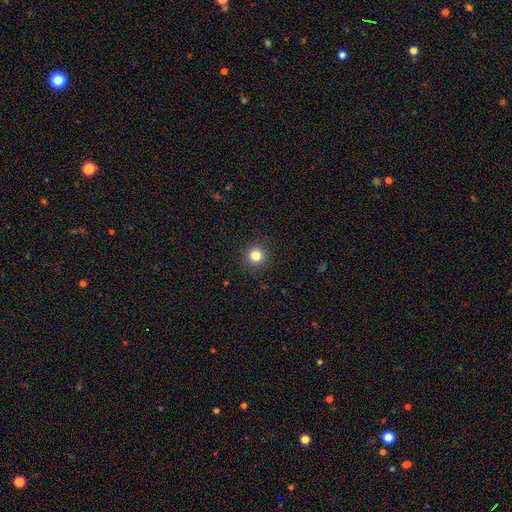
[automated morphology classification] Smooth or featured?
  - smooth: 83% *
  - star or artifact: 13%
  - featured or disk: 5%
How rounded?
  - round: 94% *
  - in between: 5%
  - cigar-shaped: 1%
Merging?
  - none: 92% *
  - minor disturbance: 5%
  - major disturbance: 2%
  - merger: 1%